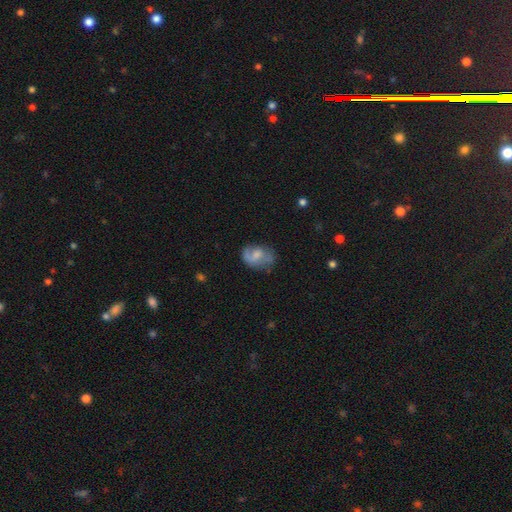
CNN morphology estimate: A smooth galaxy with no disk features (47%).

Vote fractions:
- Smooth or featured? smooth: 47% / featured or disk: 45% / star or artifact: 8%
- Merging? none: 52% / minor disturbance: 28% / major disturbance: 17% / merger: 3%